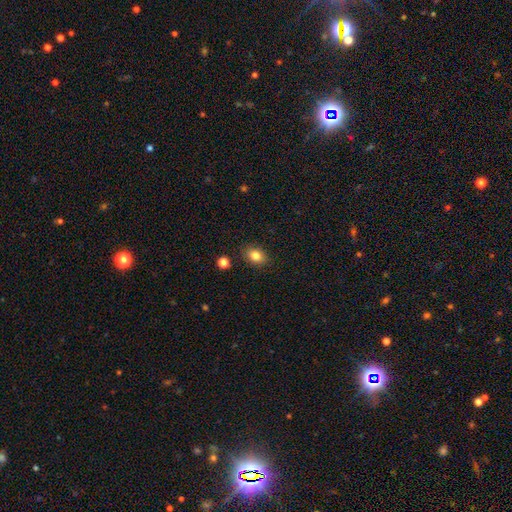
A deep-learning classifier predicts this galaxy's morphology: smooth 83%, star or artifact 10%, featured or disk 7%. Down the decision tree: how rounded — in between (66%); merging — none (87%).